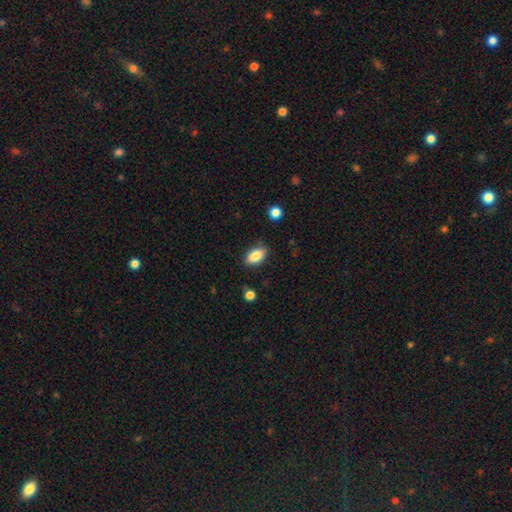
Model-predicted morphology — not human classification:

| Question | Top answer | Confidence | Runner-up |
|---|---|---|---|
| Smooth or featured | smooth | 85% | star or artifact (8%) |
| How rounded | in between | 90% | round (6%) |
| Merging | none | 82% | minor disturbance (13%) |